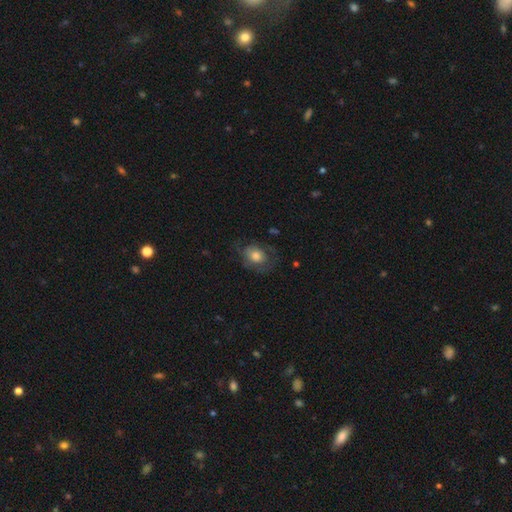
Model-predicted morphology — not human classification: Smooth or featured: smooth — 59% (featured or disk — 33%)
How rounded: in between — 53% (round — 46%)
Merging: none — 55% (minor disturbance — 24%)